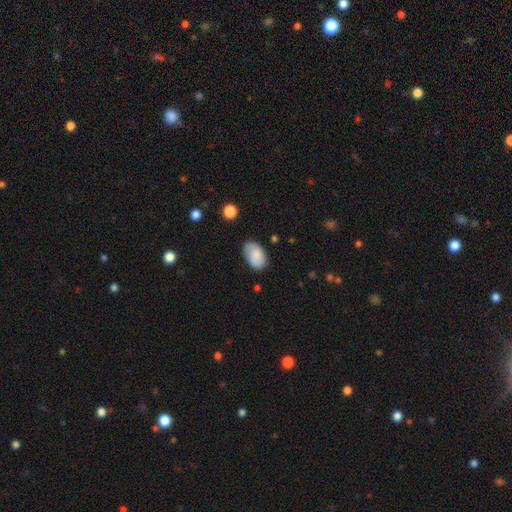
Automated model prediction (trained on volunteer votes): Smooth or featured: smooth — 82% (featured or disk — 11%)
How rounded: in between — 92% (round — 7%)
Merging: none — 70% (minor disturbance — 23%)